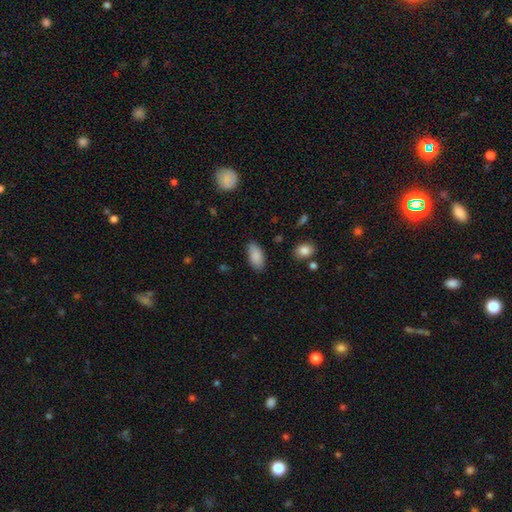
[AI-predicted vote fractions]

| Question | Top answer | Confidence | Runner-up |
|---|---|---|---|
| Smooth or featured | smooth | 87% | star or artifact (7%) |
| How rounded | in between | 93% | cigar-shaped (5%) |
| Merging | none | 79% | minor disturbance (16%) |